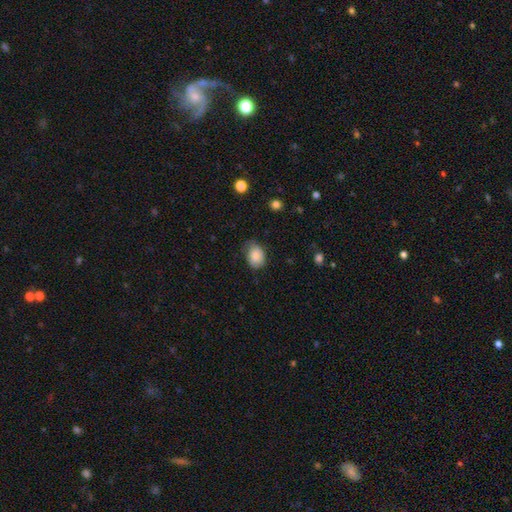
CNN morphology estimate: Smooth or featured?
  - smooth: 84% *
  - featured or disk: 8%
  - star or artifact: 8%
How rounded?
  - in between: 70% *
  - round: 29%
  - cigar-shaped: 1%
Merging?
  - none: 63% *
  - minor disturbance: 29%
  - major disturbance: 7%
  - merger: 1%